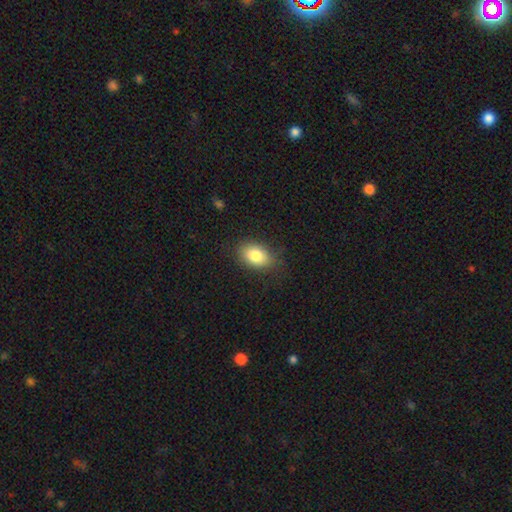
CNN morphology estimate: Smooth or featured? smooth (82%)
How rounded? in between (84%)
Merging? none (81%)